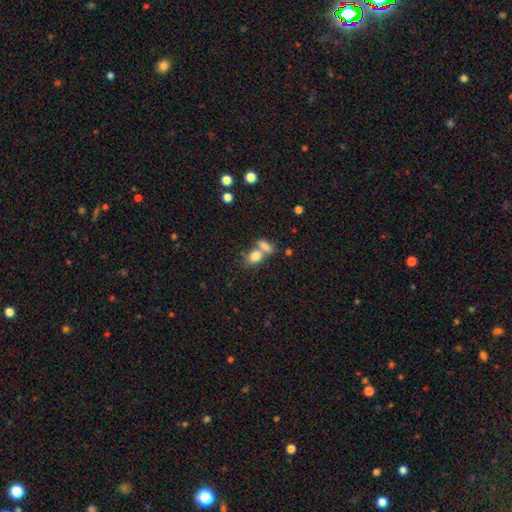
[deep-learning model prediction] This is clearly a smooth galaxy (81%). How rounded: likely in between (76%). Merging: possibly merger (54%).